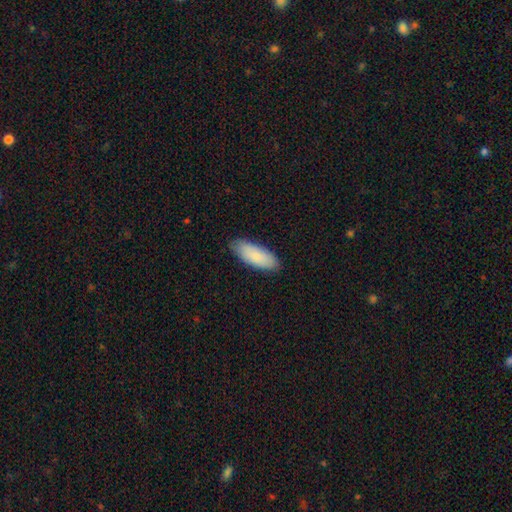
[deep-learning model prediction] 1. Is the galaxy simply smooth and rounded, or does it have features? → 86% smooth, 9% featured or disk, 5% star or artifact.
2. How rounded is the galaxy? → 75% in between, 24% cigar-shaped, 2% round.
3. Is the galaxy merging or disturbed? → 83% none, 14% minor disturbance, 2% major disturbance, 1% merger.